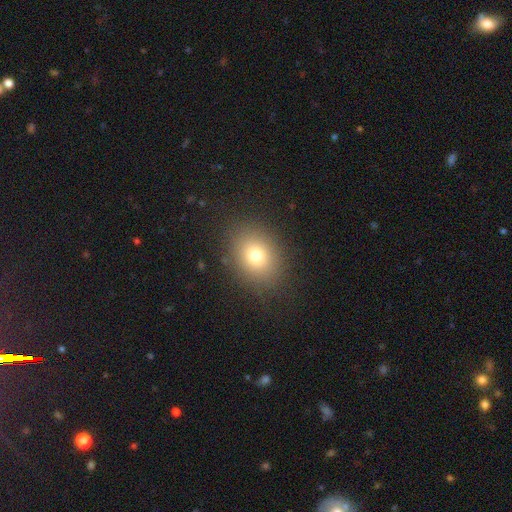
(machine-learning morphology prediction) A smooth galaxy with no disk features (76%) that is in between round and cigar-shaped (53%).

Vote fractions:
- Smooth or featured? smooth: 76% / star or artifact: 14% / featured or disk: 11%
- How rounded? in between: 53% / round: 46% / cigar-shaped: 1%
- Merging? none: 86% / minor disturbance: 9% / major disturbance: 4% / merger: 1%